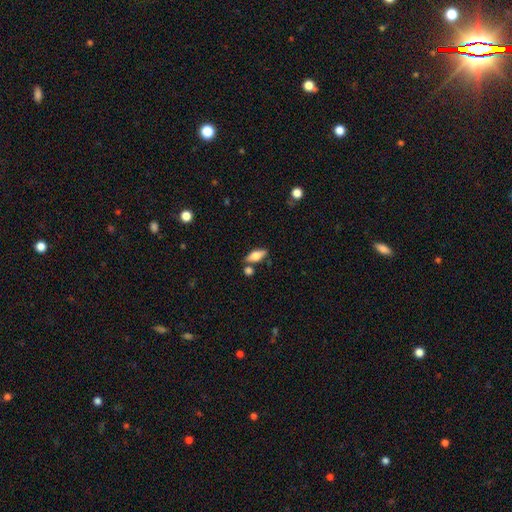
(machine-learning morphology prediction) The model was most divided on "smooth or featured": smooth: 65%, featured or disk: 28%, star or artifact: 7%. More confident: merging — none (75%); how rounded — in between (73%).